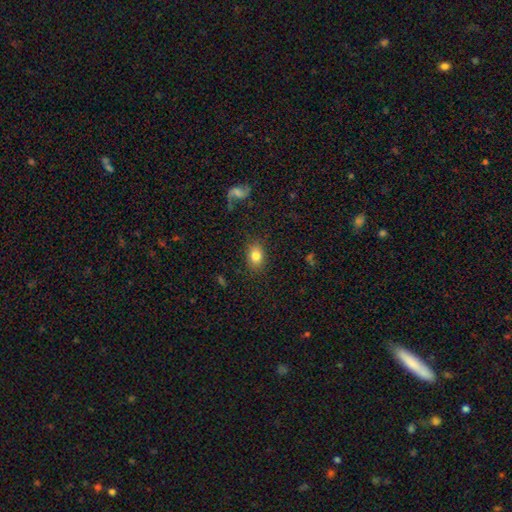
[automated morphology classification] This is clearly a smooth galaxy (81%). How rounded: likely in between (70%). Merging: clearly none (85%).